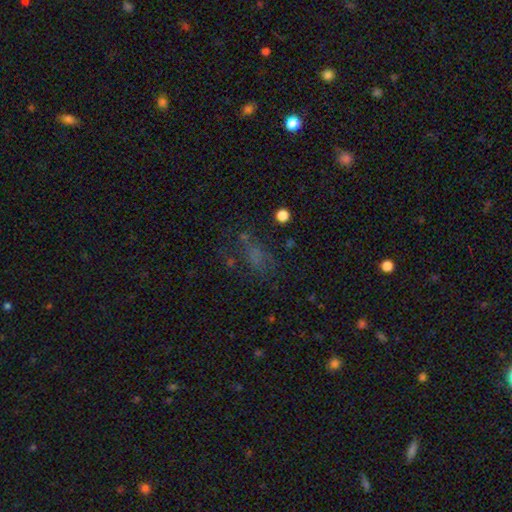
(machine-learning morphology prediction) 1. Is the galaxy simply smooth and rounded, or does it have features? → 49% smooth, 30% star or artifact, 21% featured or disk.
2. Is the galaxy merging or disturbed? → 50% none, 23% major disturbance, 20% minor disturbance, 7% merger.